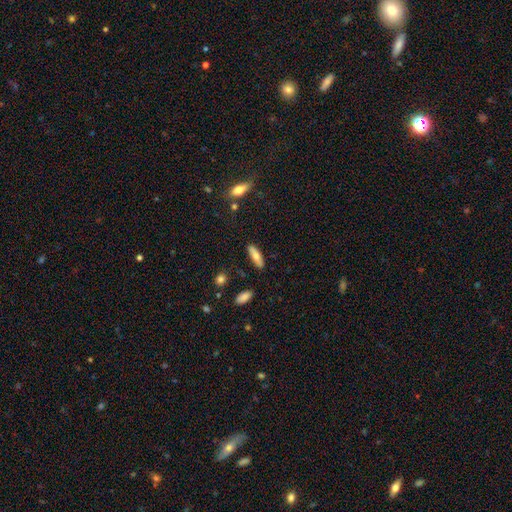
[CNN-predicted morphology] This is likely a smooth galaxy (70%). How rounded: likely cigar-shaped (61%). Merging: clearly none (85%).